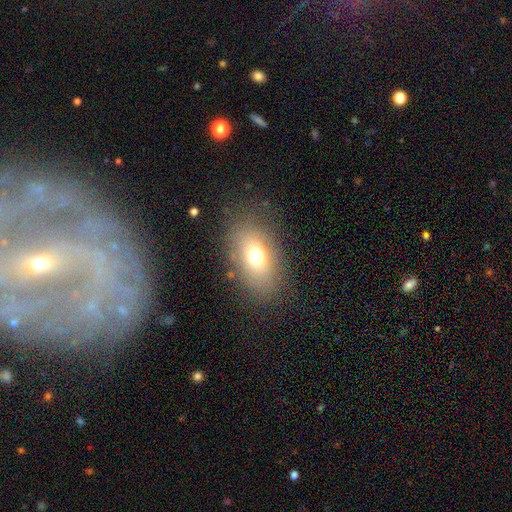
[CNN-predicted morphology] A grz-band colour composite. It shows a smooth galaxy with no disk features (70%) that is in between round and cigar-shaped (85%). Merging: none (79%).